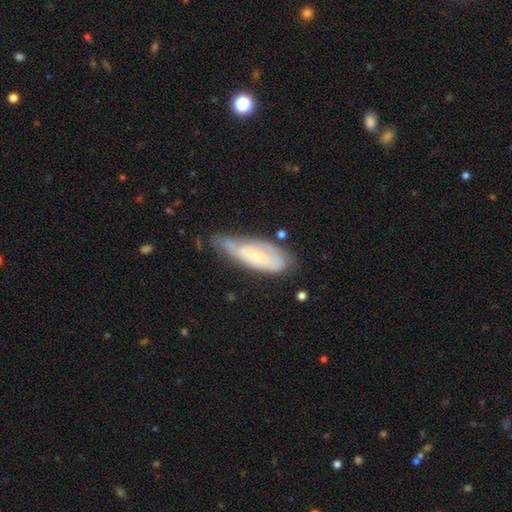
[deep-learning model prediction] Smooth or featured? featured or disk (57%)
Edge-on disk? no (81%)
Merging? none (45%)